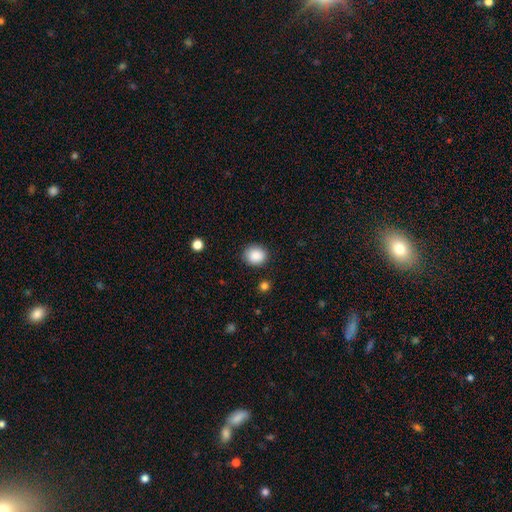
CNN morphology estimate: Smooth or featured? smooth (88%)
How rounded? round (75%)
Merging? none (87%)